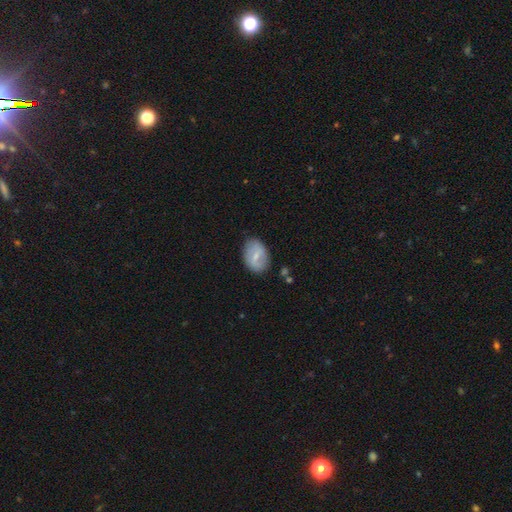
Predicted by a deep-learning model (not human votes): smooth-or-featured: smooth: 53% | featured or disk: 40% | star or artifact: 7%
  how-rounded: in between: 80% | round: 19% | cigar-shaped: 2%
  merging: none: 77% | minor disturbance: 16% | major disturbance: 4% | merger: 2%